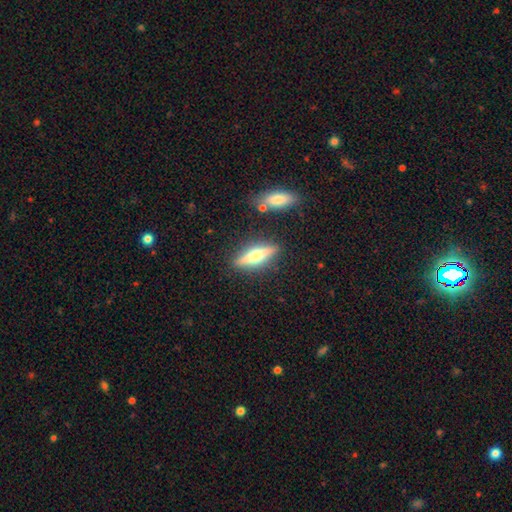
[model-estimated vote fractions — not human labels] Smooth or featured: featured or disk — 60% (smooth — 34%)
Edge-on disk: yes — 93% (no — 7%)
Edge-on bulge: rounded — 94% (boxy — 3%)
Merging: none — 85% (minor disturbance — 9%)